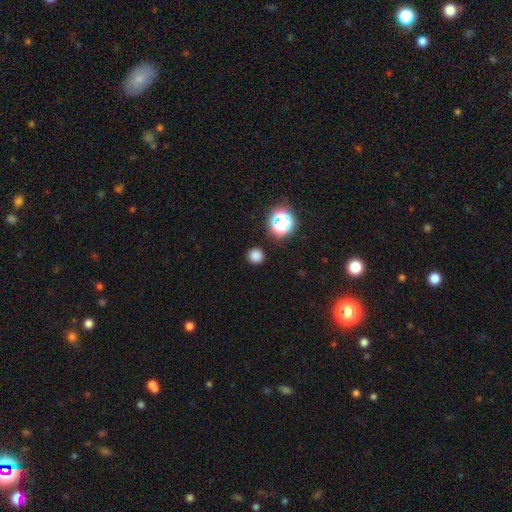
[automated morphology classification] Smooth or featured? smooth (77%)
How rounded? round (95%)
Merging? none (90%)